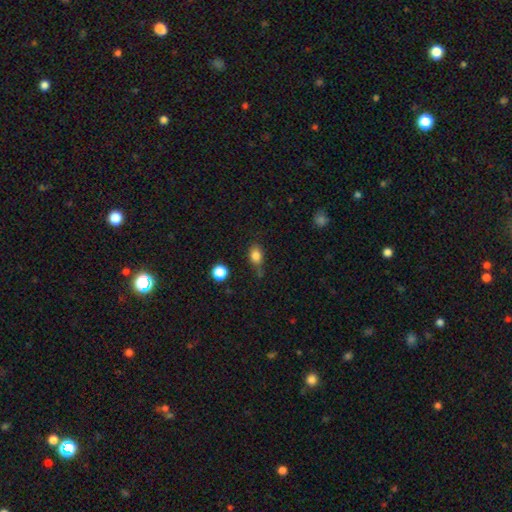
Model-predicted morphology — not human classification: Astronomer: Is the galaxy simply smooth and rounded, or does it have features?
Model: smooth — 83%.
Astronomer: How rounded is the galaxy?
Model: in between — 68%.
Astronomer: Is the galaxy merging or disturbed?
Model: none — 64%.